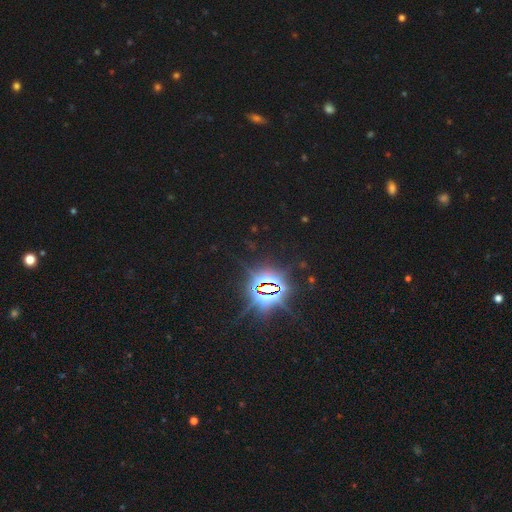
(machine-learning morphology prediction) This appears to be a star or artifact, not a galaxy (86%).